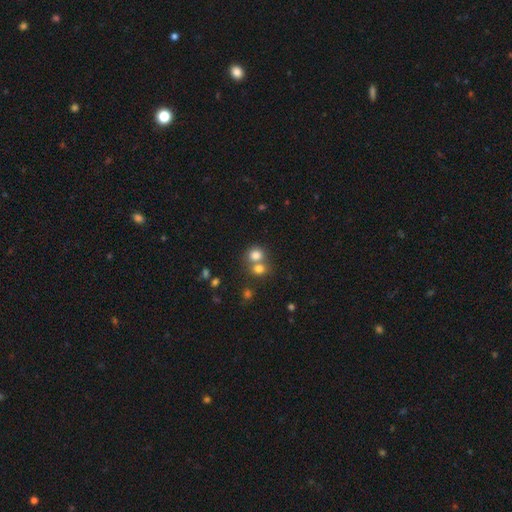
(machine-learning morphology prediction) smooth 78%, star or artifact 13%, featured or disk 9%. Down the decision tree: how rounded — round (71%); merging — merger (50%).